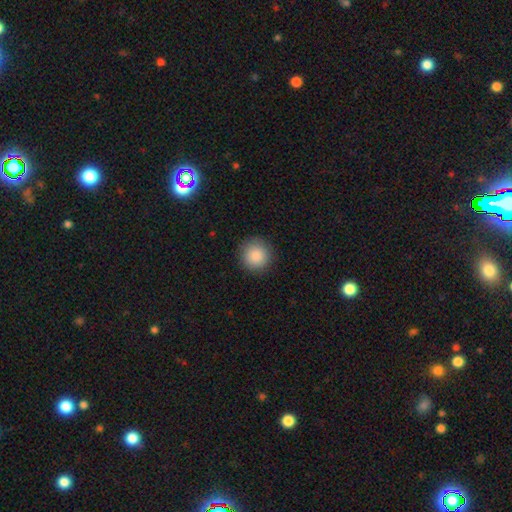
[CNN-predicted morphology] smooth_or_featured: smooth (p=0.88) [alt: star or artifact p=0.08]
how_rounded: round (p=0.95) [alt: in between p=0.04]
merging: none (p=0.90) [alt: minor disturbance p=0.07]